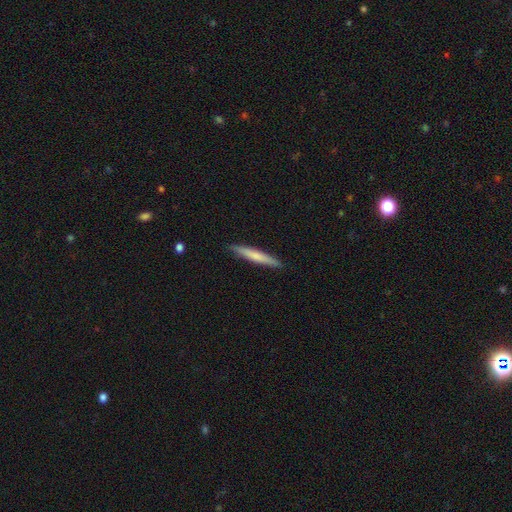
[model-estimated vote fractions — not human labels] Smooth or featured?
  - smooth: 65% *
  - featured or disk: 30%
  - star or artifact: 5%
How rounded?
  - cigar-shaped: 95% *
  - in between: 4%
  - round: 1%
Merging?
  - none: 90% *
  - minor disturbance: 7%
  - major disturbance: 1%
  - merger: 1%